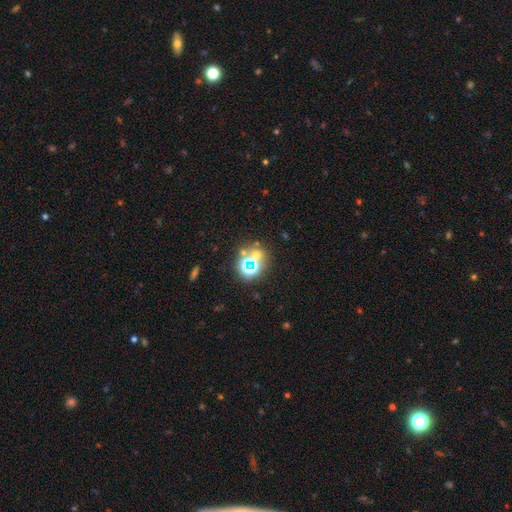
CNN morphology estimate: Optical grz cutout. It shows a star or artifact, not a galaxy (54%).